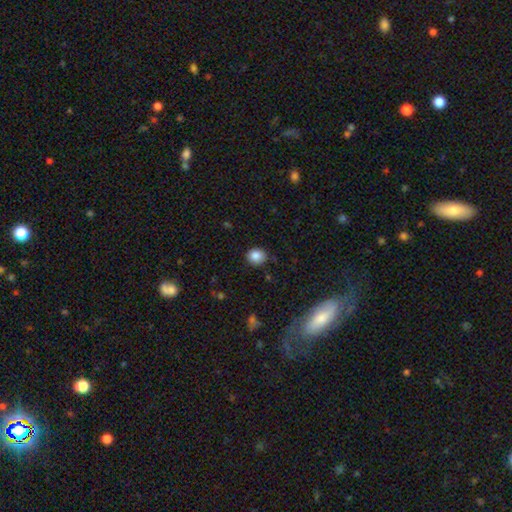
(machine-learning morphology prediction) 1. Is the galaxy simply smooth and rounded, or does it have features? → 86% smooth, 9% star or artifact, 5% featured or disk.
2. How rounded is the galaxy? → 79% round, 20% in between, 1% cigar-shaped.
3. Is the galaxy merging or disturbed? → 85% none, 11% minor disturbance, 2% major disturbance, 1% merger.